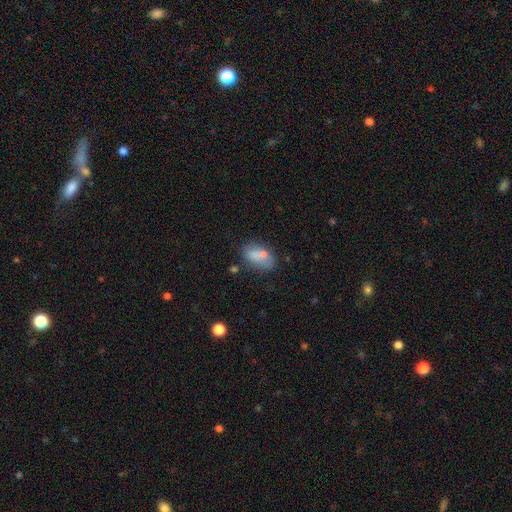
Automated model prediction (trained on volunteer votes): Q: Smooth or featured?
A: smooth (74%); runner-up: featured or disk (17%)
Q: How rounded?
A: in between (87%); runner-up: round (9%)
Q: Merging?
A: none (56%); runner-up: minor disturbance (22%)